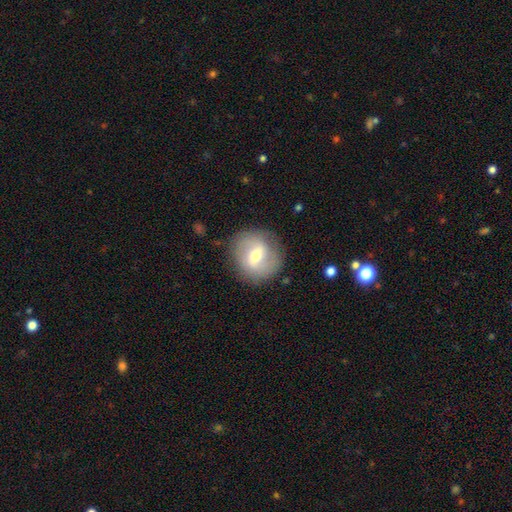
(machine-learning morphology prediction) This appears to be a featured or disk galaxy (48%). Merging: none (83%).